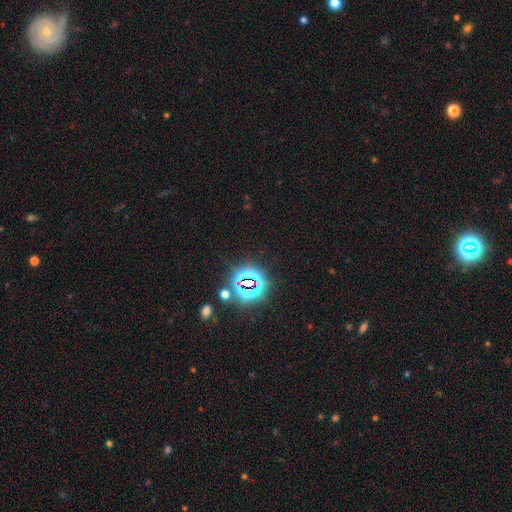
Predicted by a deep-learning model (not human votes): smooth_or_featured: star or artifact (p=0.82) [alt: smooth p=0.11]